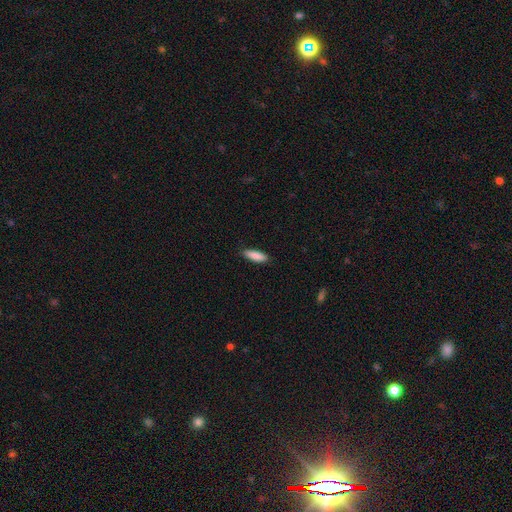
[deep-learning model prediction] Smooth or featured? smooth (88%)
How rounded? cigar-shaped (52%)
Merging? none (87%)